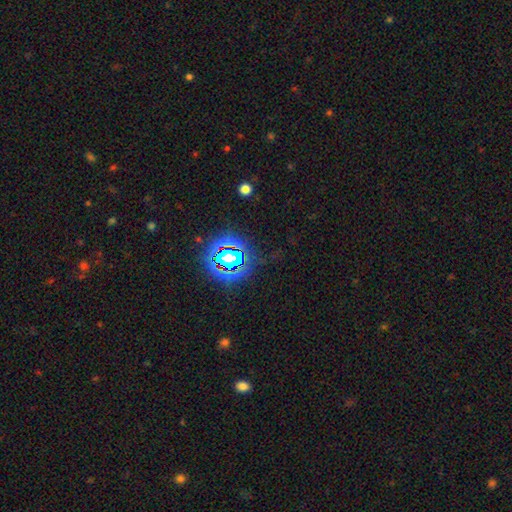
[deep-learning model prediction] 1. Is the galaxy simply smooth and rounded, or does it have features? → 81% star or artifact, 11% smooth, 7% featured or disk.